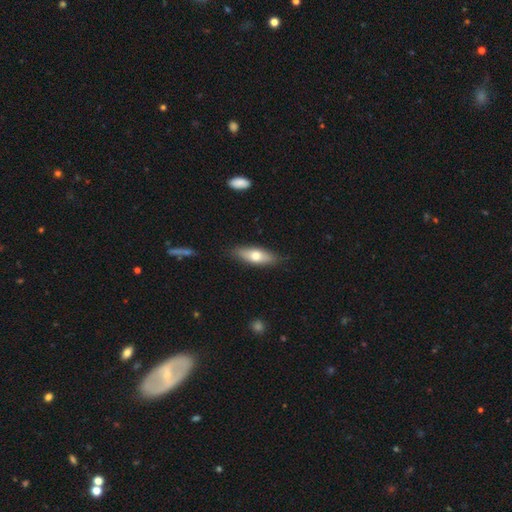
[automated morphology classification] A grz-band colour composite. It shows a smooth galaxy with no disk features (66%) that is in between round and cigar-shaped (58%). Merging: none (84%).